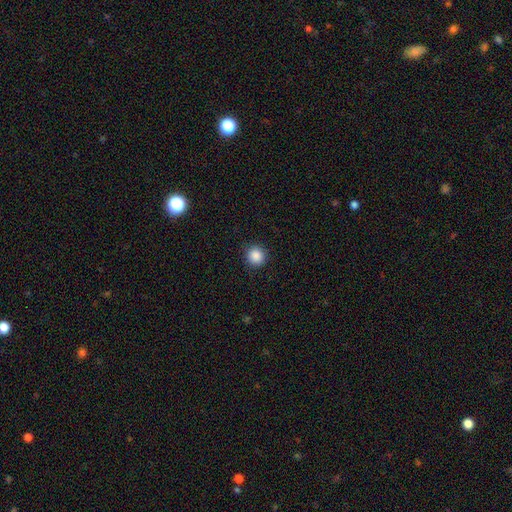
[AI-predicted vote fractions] smooth_or_featured: smooth (p=0.87) [alt: star or artifact p=0.10]
how_rounded: round (p=0.94) [alt: in between p=0.06]
merging: none (p=0.91) [alt: minor disturbance p=0.06]